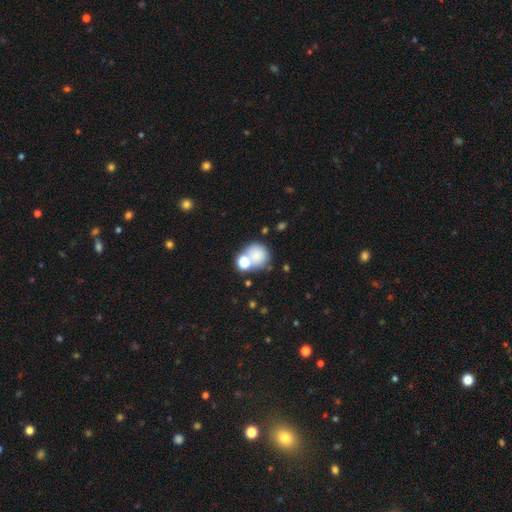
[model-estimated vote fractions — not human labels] A smooth galaxy with no disk features (76%) that is round (80%).

Vote fractions:
- Smooth or featured? smooth: 76% / star or artifact: 13% / featured or disk: 12%
- How rounded? round: 80% / in between: 19% / cigar-shaped: 1%
- Merging? none: 47% / merger: 33% / minor disturbance: 13% / major disturbance: 7%